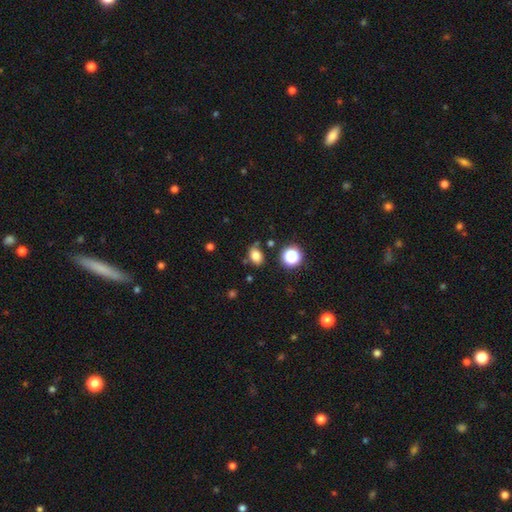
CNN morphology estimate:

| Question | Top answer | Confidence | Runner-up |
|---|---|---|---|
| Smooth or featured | smooth | 80% | star or artifact (13%) |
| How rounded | in between | 75% | round (24%) |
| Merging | none | 77% | minor disturbance (14%) |